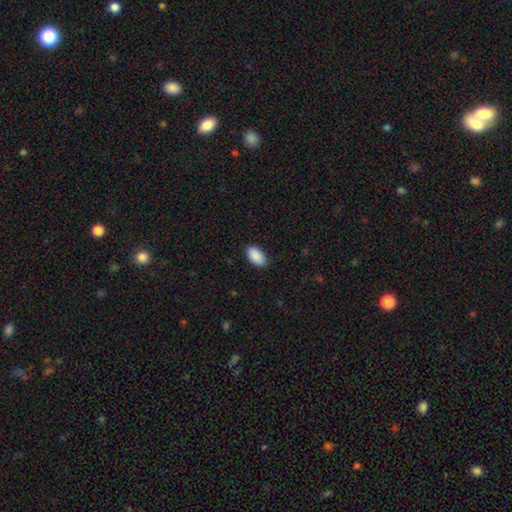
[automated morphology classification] Q: Smooth or featured?
A: smooth (91%); runner-up: star or artifact (6%)
Q: How rounded?
A: in between (95%); runner-up: round (4%)
Q: Merging?
A: none (87%); runner-up: minor disturbance (10%)